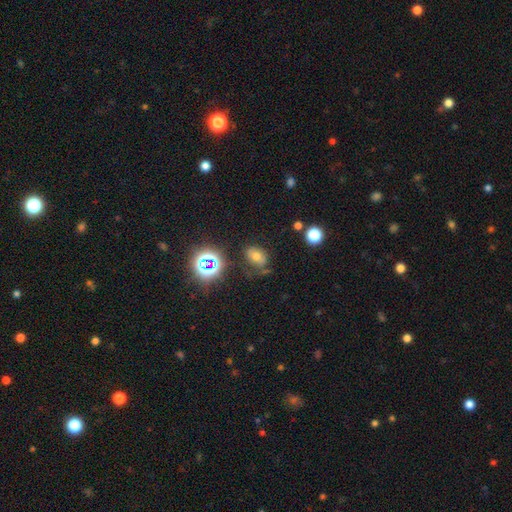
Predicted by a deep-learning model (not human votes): Smooth or featured?
  - smooth: 56% *
  - star or artifact: 27%
  - featured or disk: 18%
How rounded?
  - in between: 71% *
  - round: 27%
  - cigar-shaped: 1%
Merging?
  - none: 65% *
  - minor disturbance: 22%
  - major disturbance: 8%
  - merger: 5%